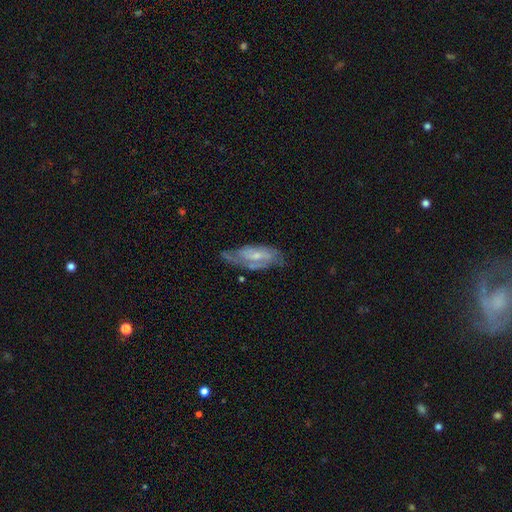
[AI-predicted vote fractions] Morphology: type=featured or disk (72%); edge-on=no (90%); bar=no (46%); spiral arms=yes (85%); winding=medium (44%); arm count=2 (57%); bulge=small (60%); merging=none (52%).